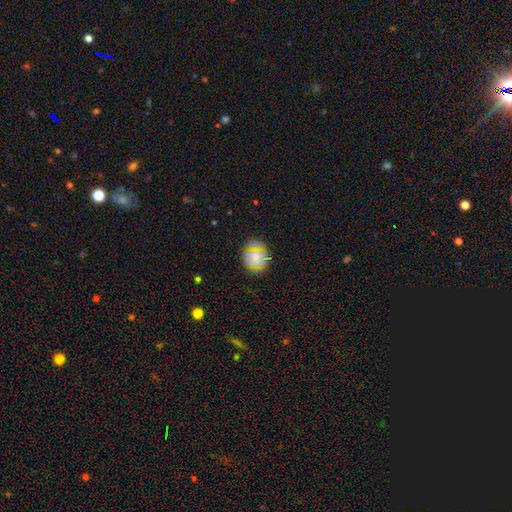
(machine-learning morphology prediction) Smooth or featured?
  - smooth: 66% *
  - featured or disk: 19%
  - star or artifact: 15%
How rounded?
  - round: 87% *
  - in between: 12%
  - cigar-shaped: 1%
Merging?
  - none: 82% *
  - minor disturbance: 13%
  - major disturbance: 3%
  - merger: 2%